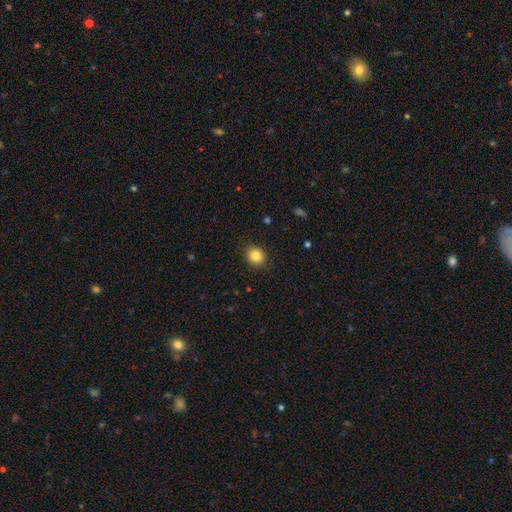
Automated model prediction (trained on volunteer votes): smooth_or_featured: smooth (p=0.84) [alt: star or artifact p=0.10]
how_rounded: round (p=0.68) [alt: in between p=0.31]
merging: none (p=0.90) [alt: minor disturbance p=0.07]